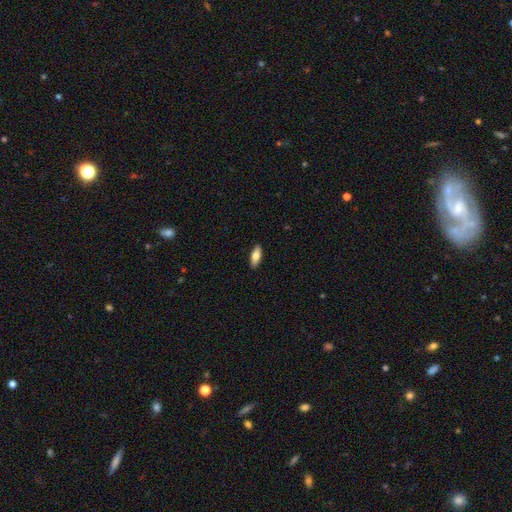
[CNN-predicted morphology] type=smooth (75%); roundness=in between (75%); merging=none (90%).